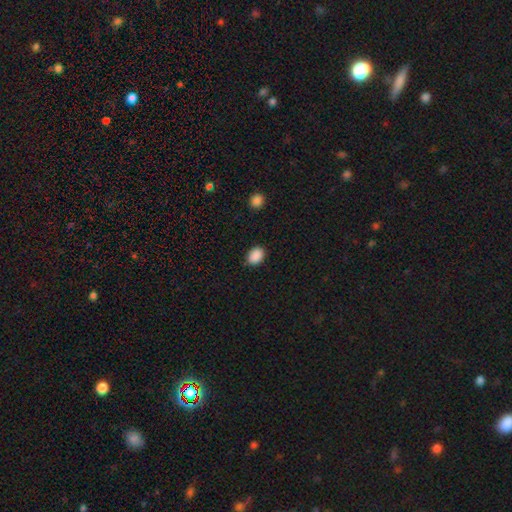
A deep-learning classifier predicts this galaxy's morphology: Smooth or featured? smooth (89%)
How rounded? in between (71%)
Merging? none (80%)